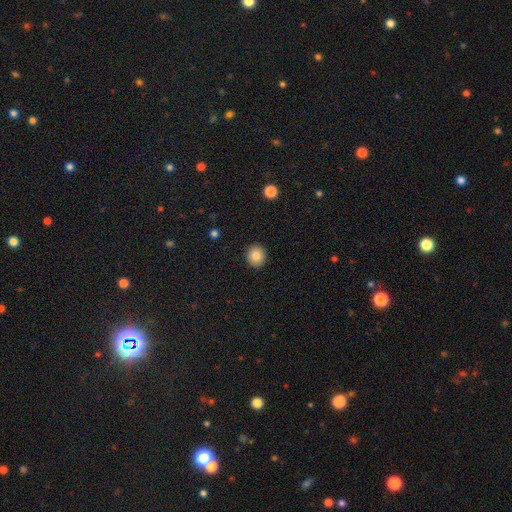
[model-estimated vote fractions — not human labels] Morphology: type=smooth (84%); roundness=round (86%); merging=none (92%).